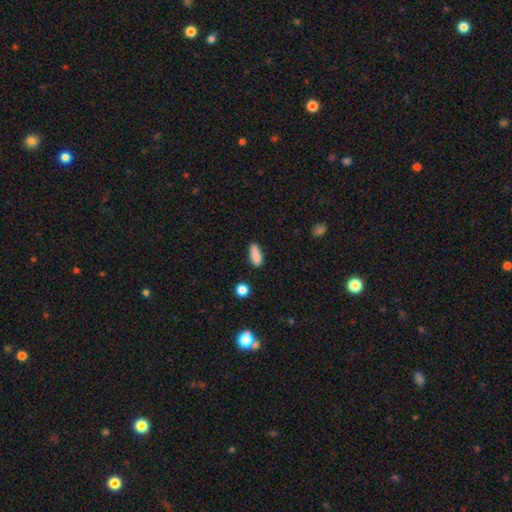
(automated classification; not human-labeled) The model was most divided on "how rounded": in between: 69%, cigar-shaped: 28%, round: 3%. More confident: smooth or featured — smooth (86%); merging — none (78%).